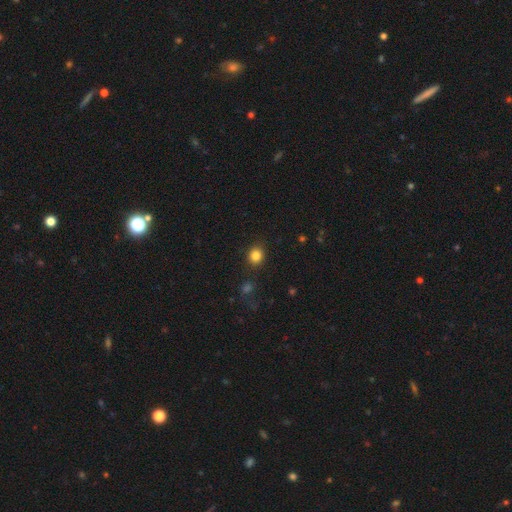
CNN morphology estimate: This is clearly a smooth galaxy (83%). How rounded: likely round (72%). Merging: clearly none (86%).